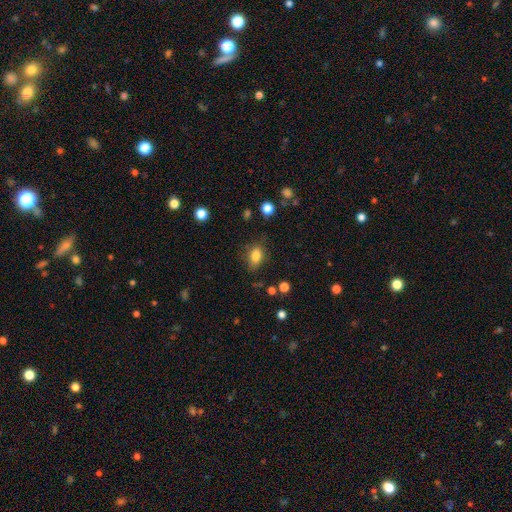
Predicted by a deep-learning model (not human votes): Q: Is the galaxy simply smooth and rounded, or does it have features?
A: smooth — 82%.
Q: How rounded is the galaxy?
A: in between — 77%.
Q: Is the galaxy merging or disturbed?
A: none — 75%.